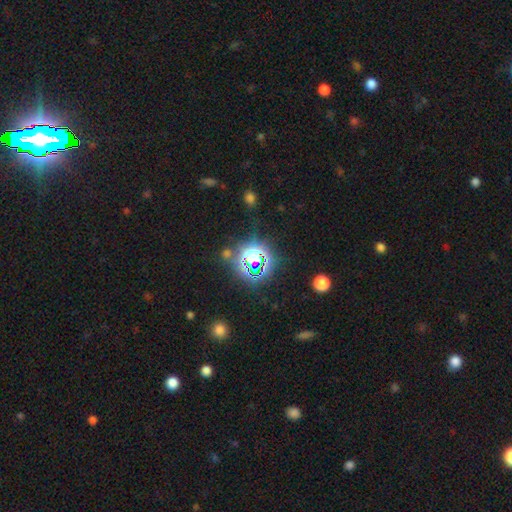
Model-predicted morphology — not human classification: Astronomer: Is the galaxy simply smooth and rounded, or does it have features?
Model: star or artifact — 78%.